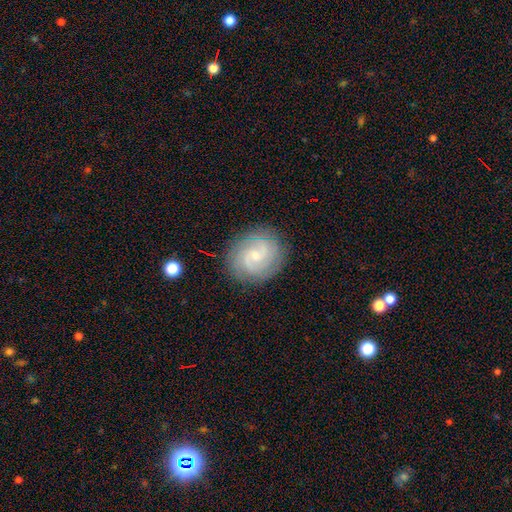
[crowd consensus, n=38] A featured or disk galaxy (89%) with no bar (62%), 3 (38%) tight (71%) spiral arms (100%) and a small central bulge (76%).

Vote fractions:
- Smooth or featured? featured or disk: 89% / smooth: 5% / star or artifact: 5%
- Edge-on disk? no: 100% / yes: 0%
- Bar? no: 62% / weak: 26% / strong: 12%
- Spiral arms? yes: 100% / no: 0%
- Spiral winding? tight: 71% / medium: 18% / loose: 12%
- Spiral arm count? 3: 38% / can't tell: 24% / 2: 21% / 4: 12% / more than 4: 6% / 1: 0%
- Bulge size? small: 76% / moderate: 18% / large: 3% / none: 3% / dominant: 0%
- Merging? none: 94% / minor disturbance: 3% / major disturbance: 3% / merger: 0%